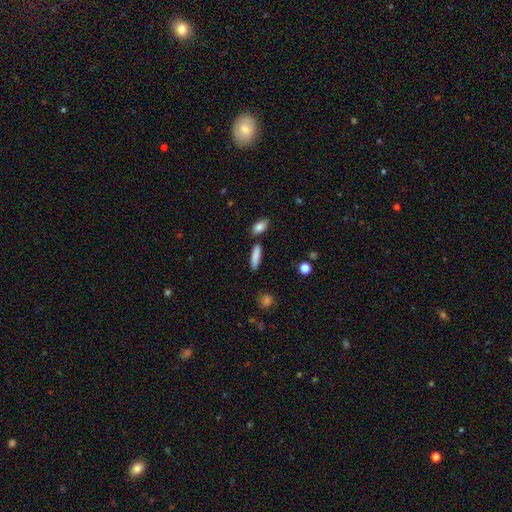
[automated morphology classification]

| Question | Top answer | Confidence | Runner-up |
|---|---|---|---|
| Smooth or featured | smooth | 84% | featured or disk (10%) |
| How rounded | cigar-shaped | 68% | in between (30%) |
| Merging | none | 81% | minor disturbance (10%) |